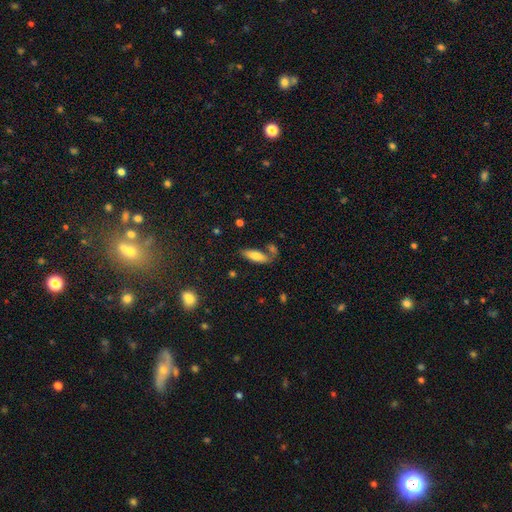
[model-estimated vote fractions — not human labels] This is likely a smooth galaxy (75%). How rounded: possibly in between (60%). Merging: possibly none (60%).